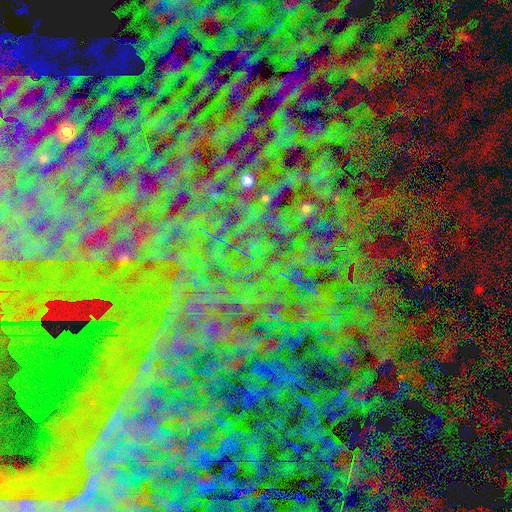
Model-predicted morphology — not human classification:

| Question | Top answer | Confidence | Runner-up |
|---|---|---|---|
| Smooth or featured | star or artifact | 84% | smooth (8%) |